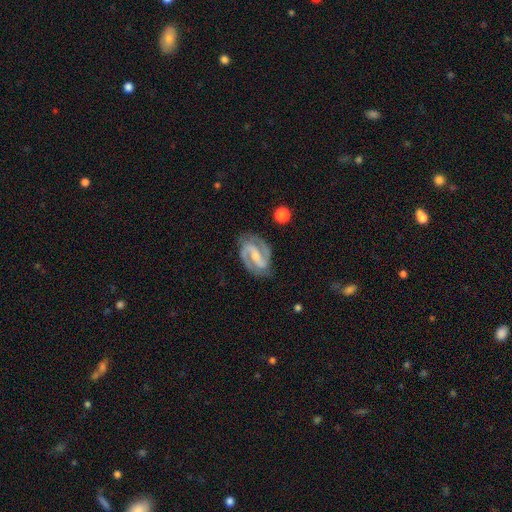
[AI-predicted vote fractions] The model was most divided on "bulge size": small: 55%, moderate: 37%, none: 5%, large: 2%, dominant: 1%. More confident: spiral arms — yes (98%); edge-on disk — no (97%); spiral arm count — 2 (94%); smooth or featured — featured or disk (91%); merging — none (83%); spiral winding — medium (54%); bar — strong (53%).